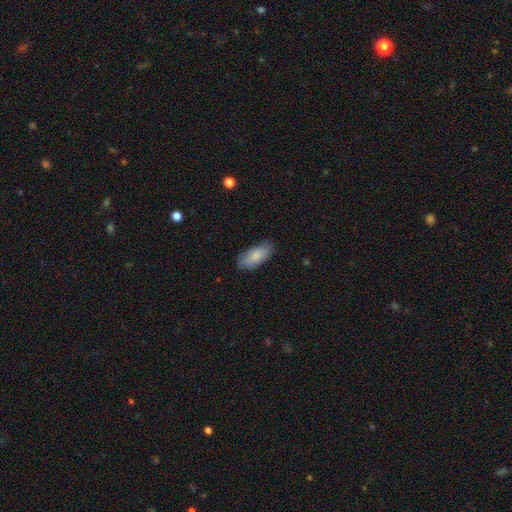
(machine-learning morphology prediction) type=smooth (84%); roundness=in between (89%); merging=none (82%).